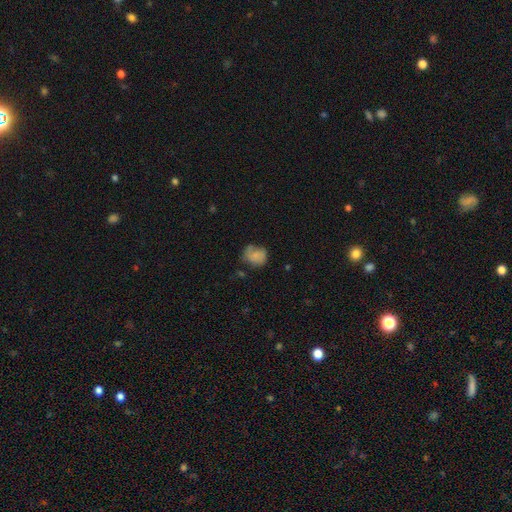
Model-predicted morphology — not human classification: Q: Smooth or featured?
A: smooth (70%); runner-up: featured or disk (20%)
Q: How rounded?
A: round (65%); runner-up: in between (34%)
Q: Merging?
A: none (48%); runner-up: minor disturbance (32%)